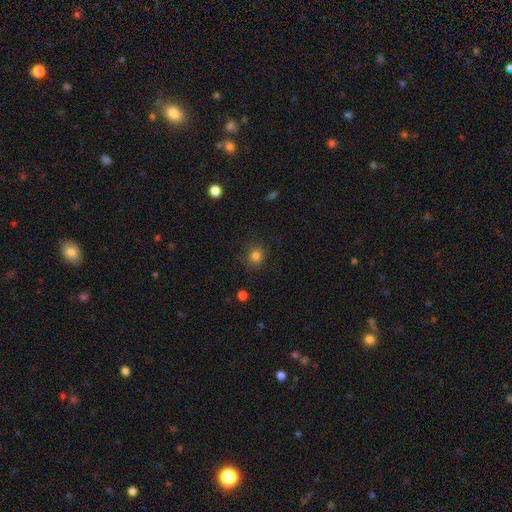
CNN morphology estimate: Q: Smooth or featured?
A: smooth (81%); runner-up: star or artifact (13%)
Q: How rounded?
A: round (82%); runner-up: in between (17%)
Q: Merging?
A: none (86%); runner-up: minor disturbance (9%)